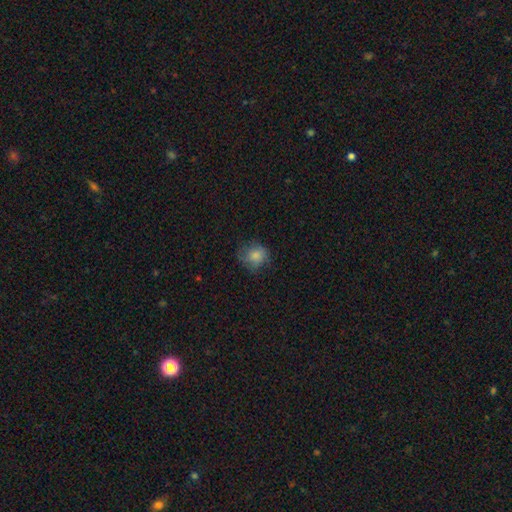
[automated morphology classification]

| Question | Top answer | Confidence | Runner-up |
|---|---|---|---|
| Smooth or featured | smooth | 79% | featured or disk (11%) |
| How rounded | round | 78% | in between (21%) |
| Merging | none | 66% | minor disturbance (23%) |